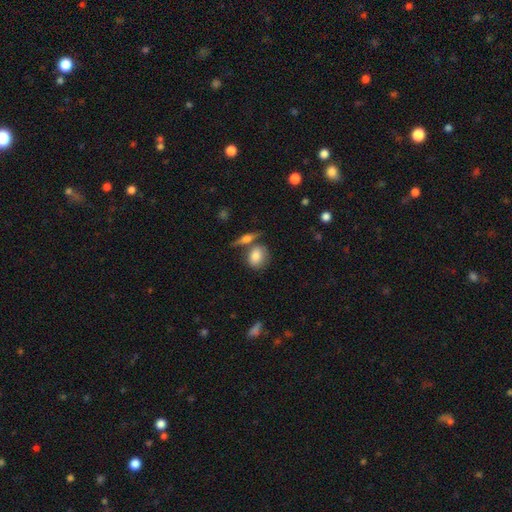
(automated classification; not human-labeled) Q: Smooth or featured?
A: smooth (80%); runner-up: featured or disk (13%)
Q: How rounded?
A: in between (56%); runner-up: round (41%)
Q: Merging?
A: none (54%); runner-up: merger (25%)